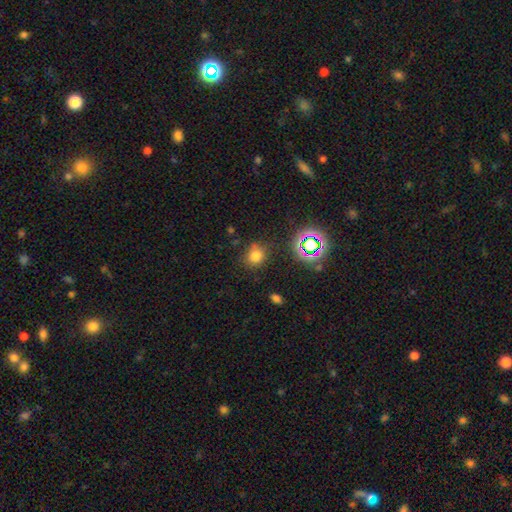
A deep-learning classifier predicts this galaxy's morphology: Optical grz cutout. It shows a smooth galaxy with no disk features (73%) that is round (75%). Merging: none (73%).